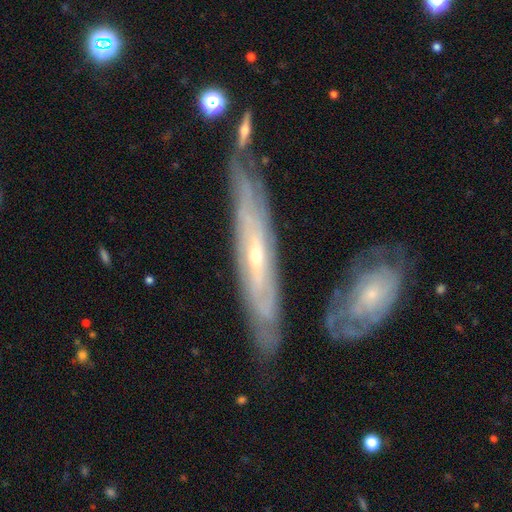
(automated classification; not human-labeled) A featured or disk galaxy (79%).

Vote fractions:
- Smooth or featured? featured or disk: 79% / smooth: 15% / star or artifact: 6%
- Edge-on disk? no: 53% / yes: 47%
- Merging? none: 69% / minor disturbance: 18% / merger: 8% / major disturbance: 5%